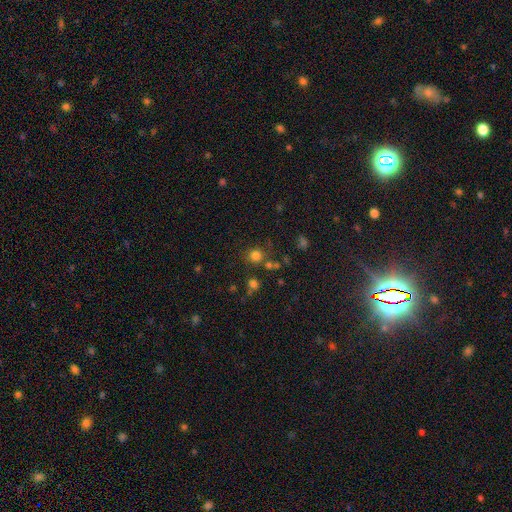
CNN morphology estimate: A smooth galaxy with no disk features (77%) that is round (89%). Merging: none (76%).